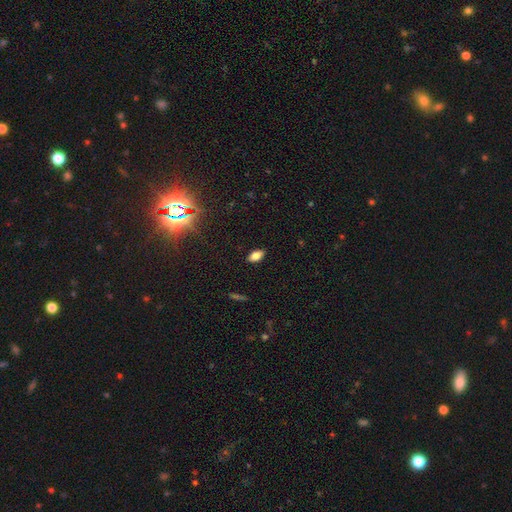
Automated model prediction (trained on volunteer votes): This appears to be a smooth galaxy with no disk features (79%) that is in between round and cigar-shaped (90%). Merging: none (88%).